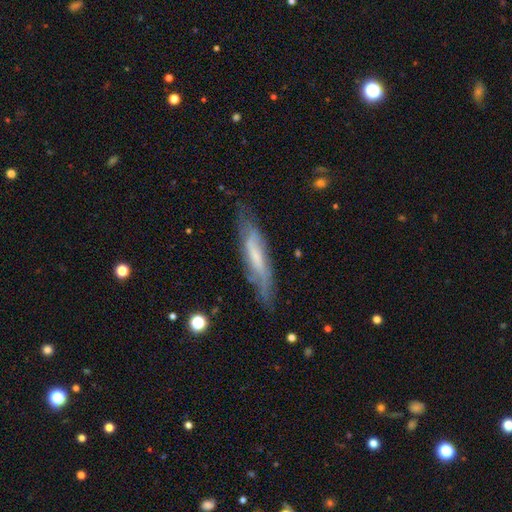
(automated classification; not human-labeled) A featured or disk galaxy (60%) viewed edge-on (56%).

Vote fractions:
- Smooth or featured? featured or disk: 60% / smooth: 33% / star or artifact: 7%
- Edge-on disk? yes: 56% / no: 44%
- Merging? none: 68% / minor disturbance: 22% / major disturbance: 7% / merger: 2%